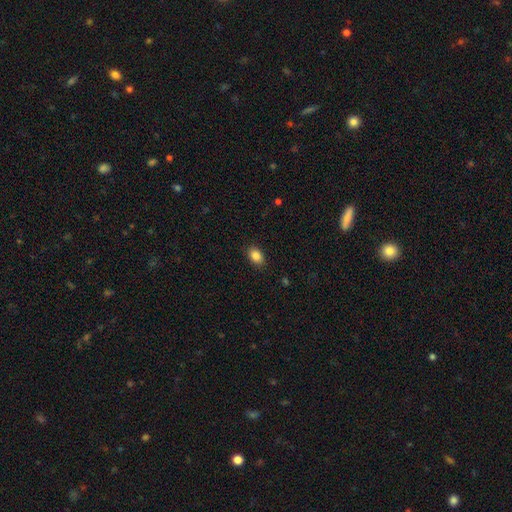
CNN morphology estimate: smooth 86%, star or artifact 9%, featured or disk 5%. Down the decision tree: how rounded — in between (83%); merging — none (88%).